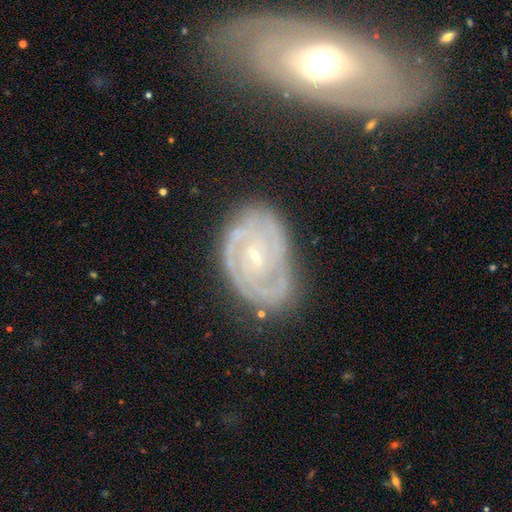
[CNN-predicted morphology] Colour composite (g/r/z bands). It shows a featured or disk galaxy (82%) with no bar (56%), 2 (33%, tied with can't tell) tight (70%) spiral arms (92%) and a small central bulge (79%). Merging: none (69%).